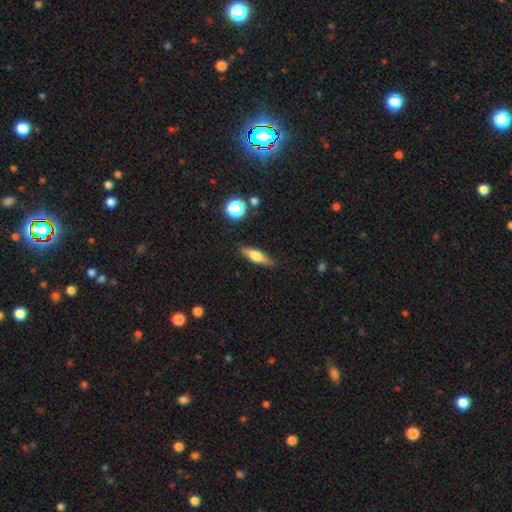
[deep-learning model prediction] Smooth or featured? smooth (59%)
How rounded? cigar-shaped (49%)
Merging? none (83%)